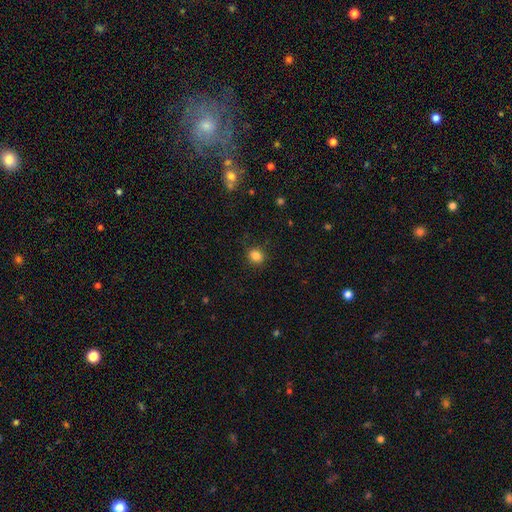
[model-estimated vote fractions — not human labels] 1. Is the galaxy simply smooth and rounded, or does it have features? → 84% smooth, 12% star or artifact, 4% featured or disk.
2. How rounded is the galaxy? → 79% round, 20% in between, 1% cigar-shaped.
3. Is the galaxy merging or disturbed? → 88% none, 8% minor disturbance, 3% major disturbance, 1% merger.